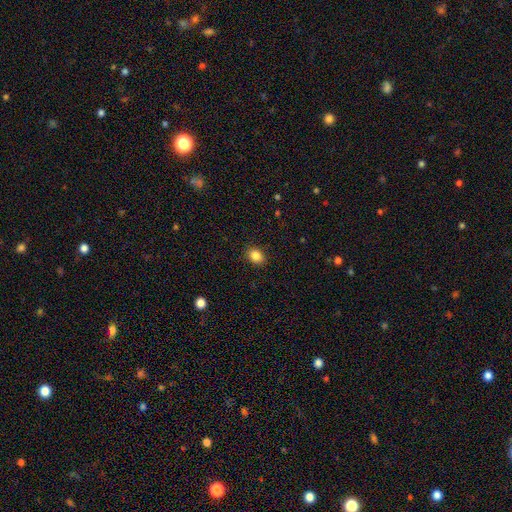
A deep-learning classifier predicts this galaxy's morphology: smooth 85%, star or artifact 10%, featured or disk 5%. Down the decision tree: how rounded — in between (56%); merging — none (89%).